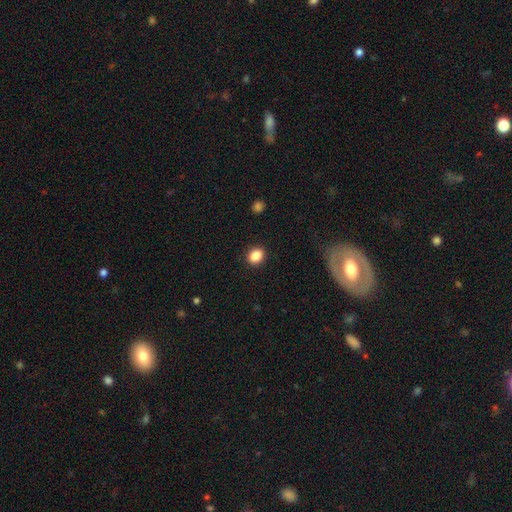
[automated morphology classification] Smooth or featured?
  - smooth: 87% *
  - star or artifact: 9%
  - featured or disk: 4%
How rounded?
  - round: 54% *
  - in between: 45%
  - cigar-shaped: 1%
Merging?
  - none: 90% *
  - minor disturbance: 7%
  - major disturbance: 2%
  - merger: 1%